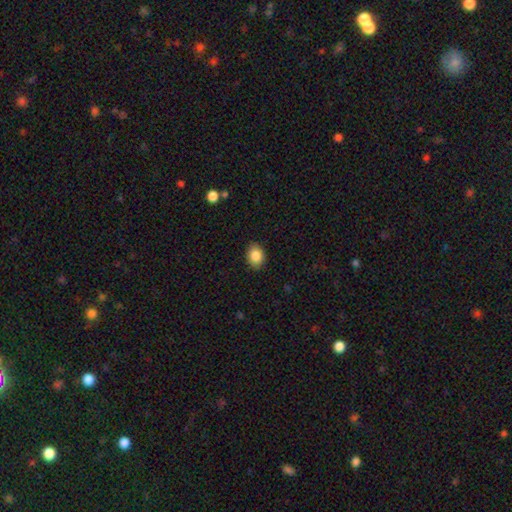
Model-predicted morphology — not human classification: type=smooth (85%); roundness=in between (61%); merging=none (87%).